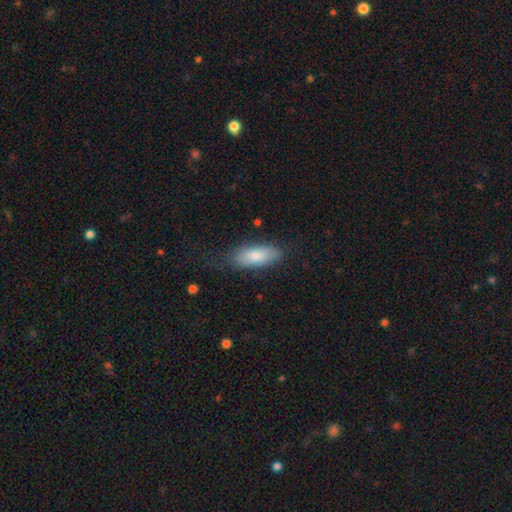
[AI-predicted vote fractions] Morphology: type=smooth (78%); roundness=in between (76%); merging=none (68%).